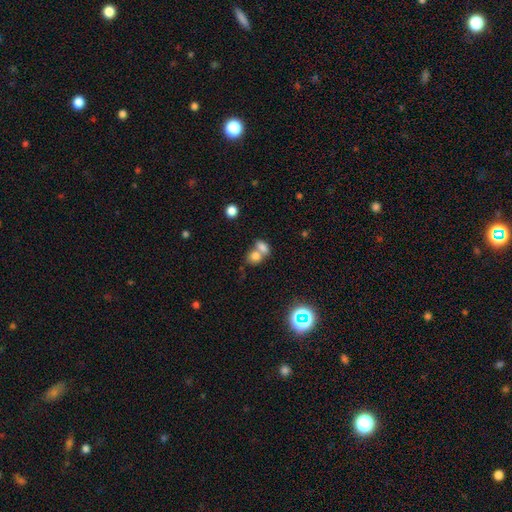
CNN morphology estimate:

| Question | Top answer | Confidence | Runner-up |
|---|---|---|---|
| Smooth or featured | smooth | 77% | star or artifact (12%) |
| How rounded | in between | 57% | round (41%) |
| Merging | merger | 63% | none (27%) |